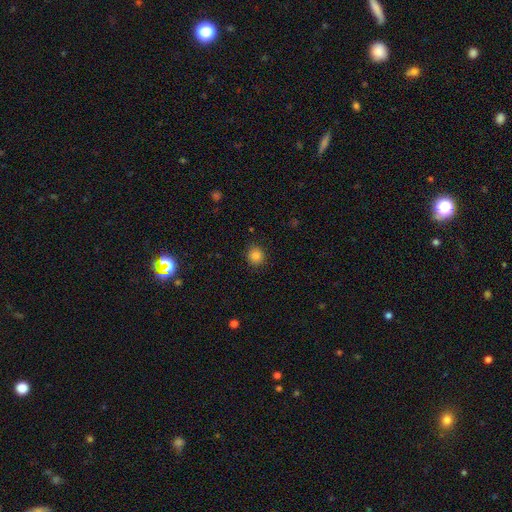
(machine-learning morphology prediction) This appears to be a smooth galaxy with no disk features (83%) that is round (87%). Merging: none (89%).